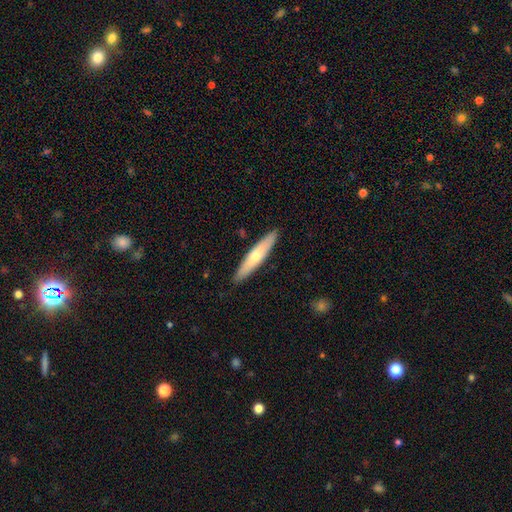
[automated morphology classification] Q: Smooth or featured?
A: smooth (51%); runner-up: featured or disk (43%)
Q: How rounded?
A: cigar-shaped (89%); runner-up: in between (9%)
Q: Merging?
A: none (90%); runner-up: minor disturbance (7%)